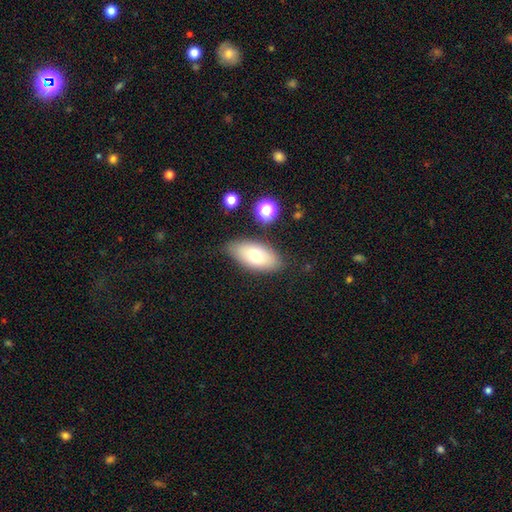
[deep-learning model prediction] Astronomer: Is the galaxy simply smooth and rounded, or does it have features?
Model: smooth — 72%.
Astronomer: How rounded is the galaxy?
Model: in between — 90%.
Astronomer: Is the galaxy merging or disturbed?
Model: none — 79%.